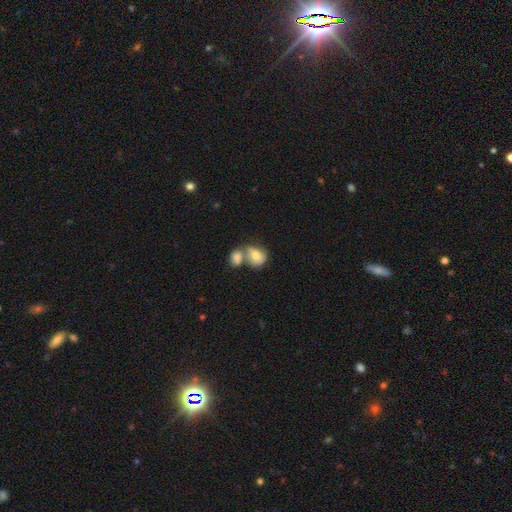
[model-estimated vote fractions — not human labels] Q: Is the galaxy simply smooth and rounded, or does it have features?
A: smooth — 75%.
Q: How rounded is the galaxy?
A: in between — 57%.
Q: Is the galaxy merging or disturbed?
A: merger — 60%.